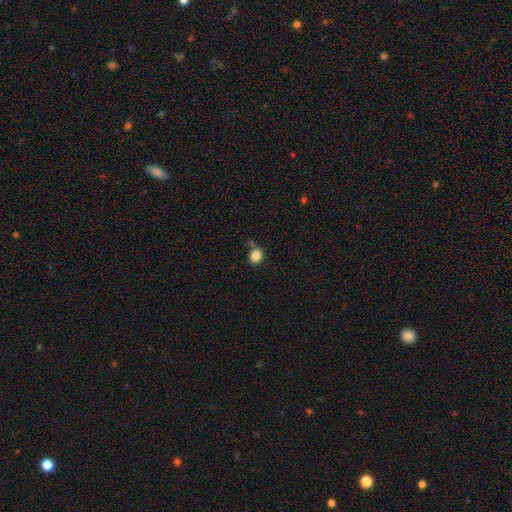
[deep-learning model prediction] Smooth or featured? smooth (84%)
How rounded? round (73%)
Merging? none (69%)